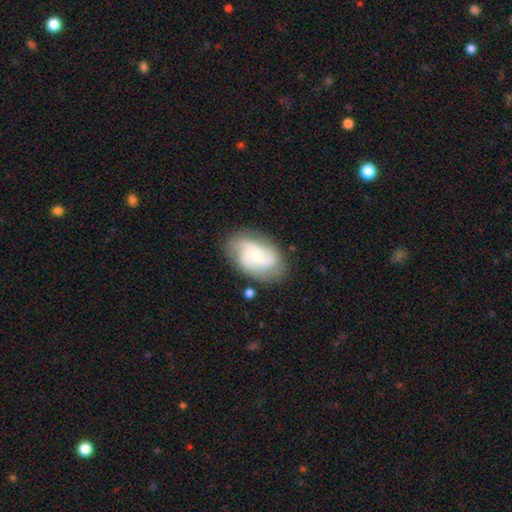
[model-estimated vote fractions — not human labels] Smooth or featured? Predicted: featured or disk (p=0.77). Edge-on disk? Predicted: no (p=0.97). Bar? Predicted: no (p=0.60). Spiral arms? Predicted: yes (p=0.95). Spiral winding? Predicted: medium (p=0.46). Spiral arm count? Predicted: 3 (p=0.40). Bulge size? Predicted: moderate (p=0.47). Merging? Predicted: none (p=0.76).